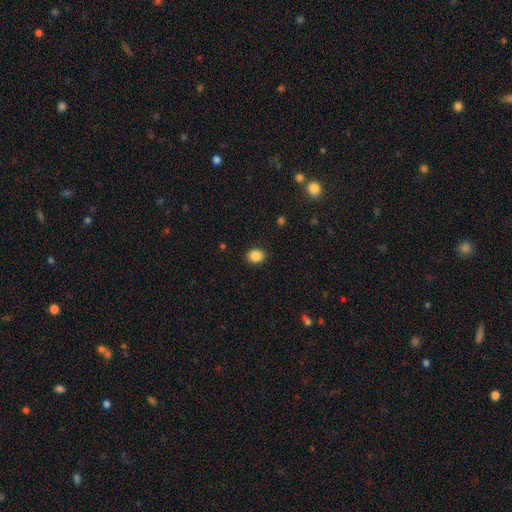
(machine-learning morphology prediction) Smooth or featured? smooth (87%)
How rounded? round (60%)
Merging? none (90%)